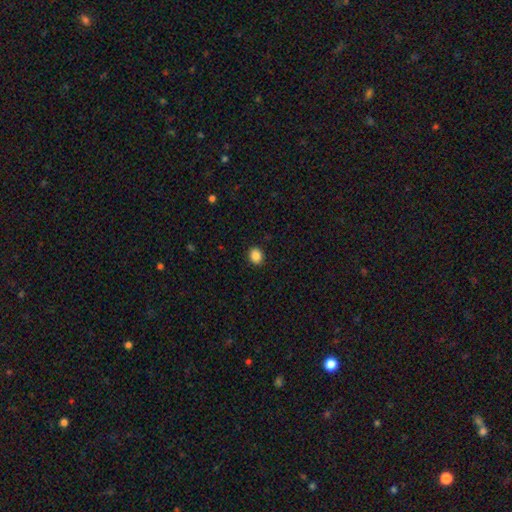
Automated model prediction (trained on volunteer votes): Smooth or featured: smooth — 88% (star or artifact — 9%)
How rounded: round — 58% (in between — 41%)
Merging: none — 91% (minor disturbance — 6%)